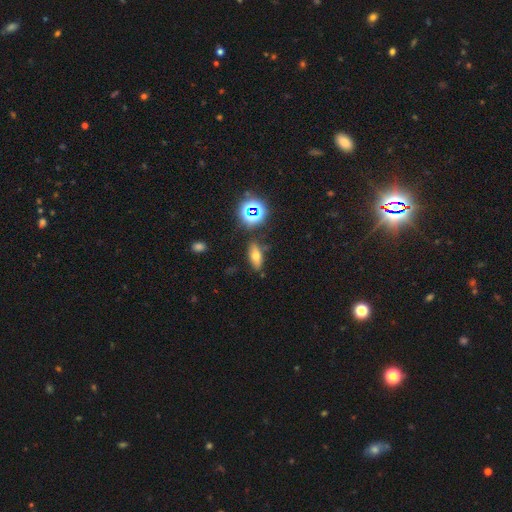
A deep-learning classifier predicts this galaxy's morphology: smooth-or-featured: smooth: 57% | featured or disk: 23% | star or artifact: 20%
  how-rounded: in between: 69% | cigar-shaped: 22% | round: 9%
  merging: none: 80% | minor disturbance: 12% | merger: 4% | major disturbance: 4%